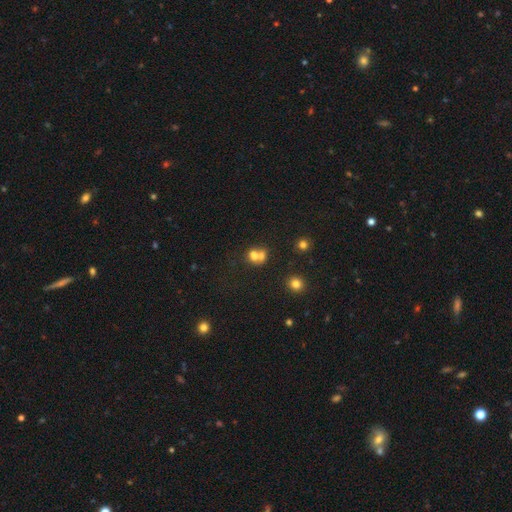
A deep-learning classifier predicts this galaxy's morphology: Q: Smooth or featured?
A: smooth (66%); runner-up: featured or disk (18%)
Q: How rounded?
A: round (65%); runner-up: in between (33%)
Q: Merging?
A: merger (59%); runner-up: none (29%)